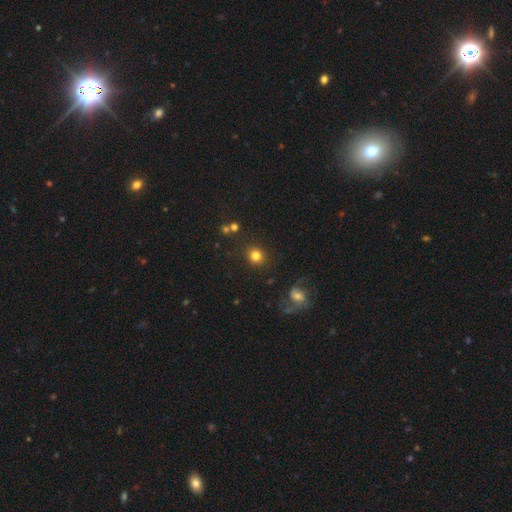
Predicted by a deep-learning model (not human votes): Smooth or featured? smooth (81%)
How rounded? round (87%)
Merging? none (87%)